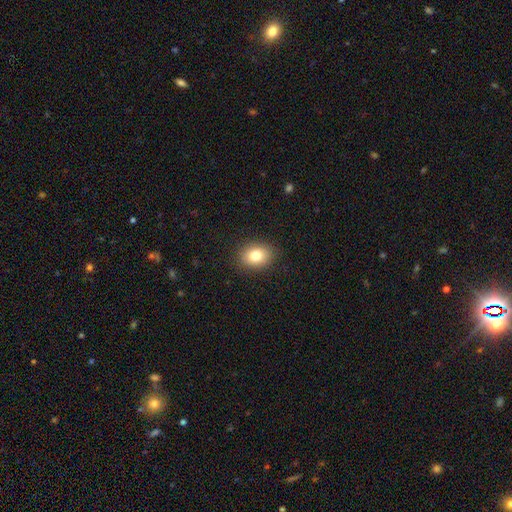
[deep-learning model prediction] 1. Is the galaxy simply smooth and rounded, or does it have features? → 81% smooth, 10% star or artifact, 9% featured or disk.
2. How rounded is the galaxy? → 64% in between, 35% round, 1% cigar-shaped.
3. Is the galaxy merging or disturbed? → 89% none, 8% minor disturbance, 2% major disturbance, 1% merger.